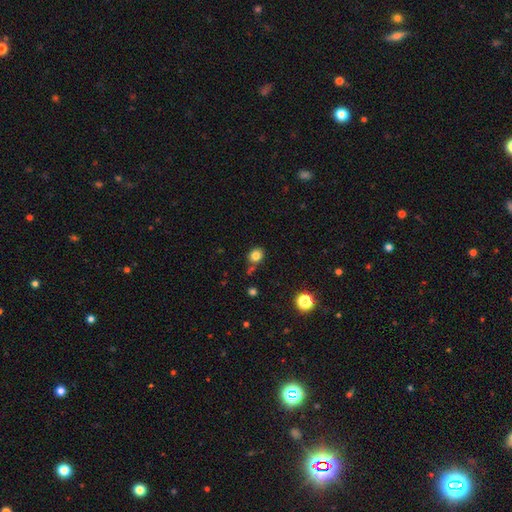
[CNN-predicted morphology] A smooth galaxy with no disk features (81%) that is round (73%). Merging: none (71%).